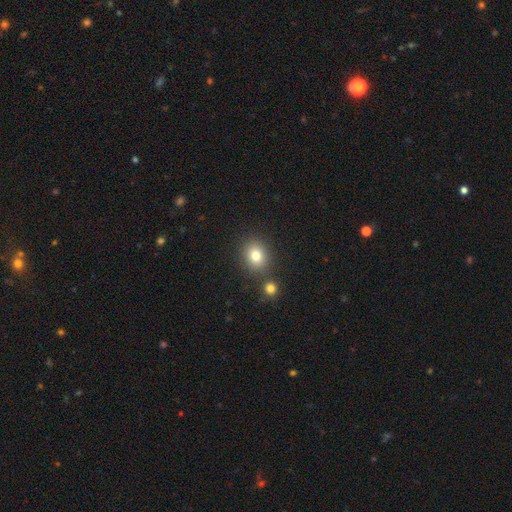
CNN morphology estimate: This is clearly a smooth galaxy (80%). How rounded: likely round (69%). Merging: likely none (78%).